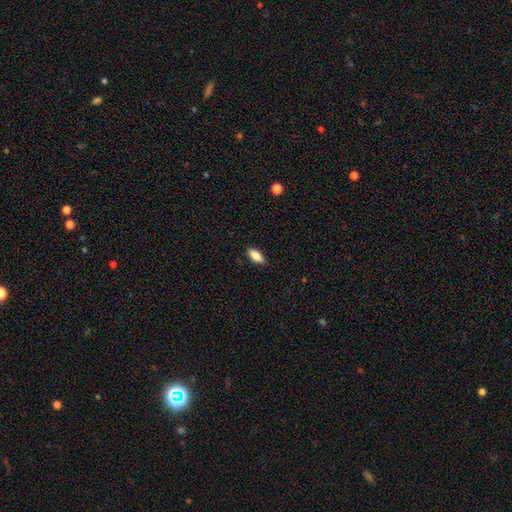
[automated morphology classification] smooth 82%, featured or disk 11%, star or artifact 7%. Down the decision tree: how rounded — in between (84%); merging — none (87%).